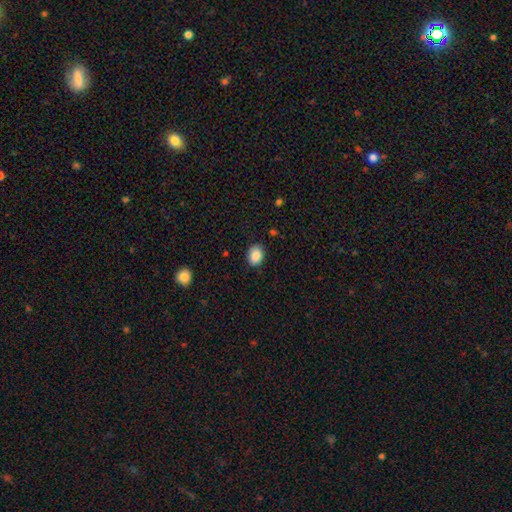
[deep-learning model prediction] Overall: smooth (89%). How rounded: in between (70%). Merging: none (84%).